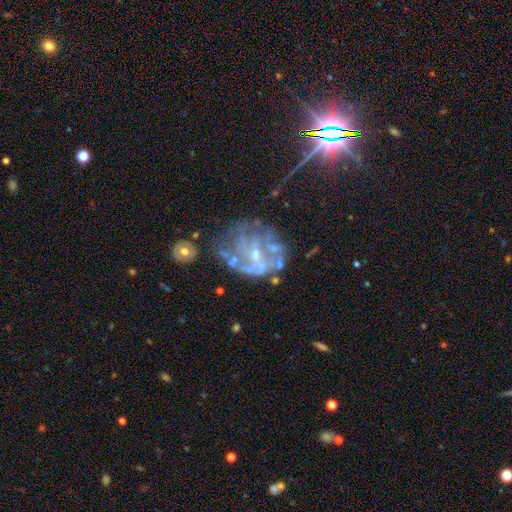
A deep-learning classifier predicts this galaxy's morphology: smooth_or_featured: featured or disk (p=0.75) [alt: star or artifact p=0.14]
disk_edge_on: no (p=0.98) [alt: yes p=0.02]
bar: no (p=0.55) [alt: weak p=0.35]
has_spiral_arms: yes (p=0.56) [alt: no p=0.44]
bulge_size: small (p=0.57) [alt: moderate p=0.26]
merging: none (p=0.43) [alt: major disturbance p=0.27]